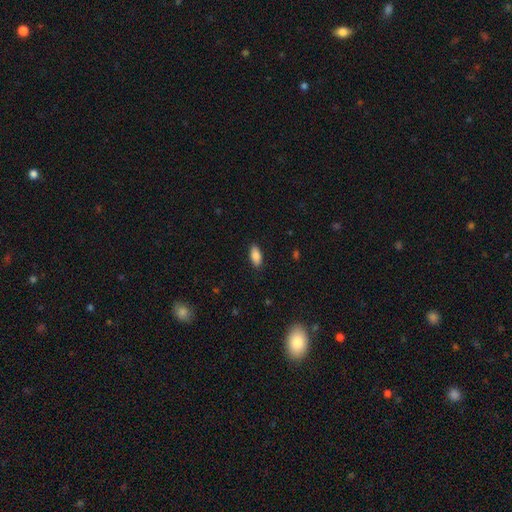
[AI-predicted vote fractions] Morphology: type=smooth (85%); roundness=in between (88%); merging=none (88%).